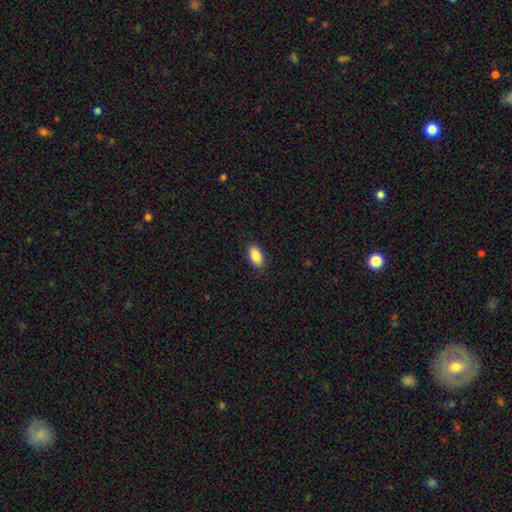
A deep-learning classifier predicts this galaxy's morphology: Q: Smooth or featured?
A: smooth (87%); runner-up: star or artifact (7%)
Q: How rounded?
A: in between (92%); runner-up: cigar-shaped (4%)
Q: Merging?
A: none (88%); runner-up: minor disturbance (9%)